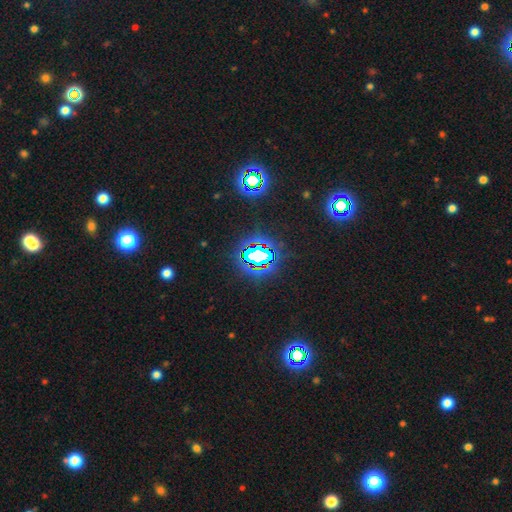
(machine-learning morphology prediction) This appears to be a star or artifact, not a galaxy (73%).